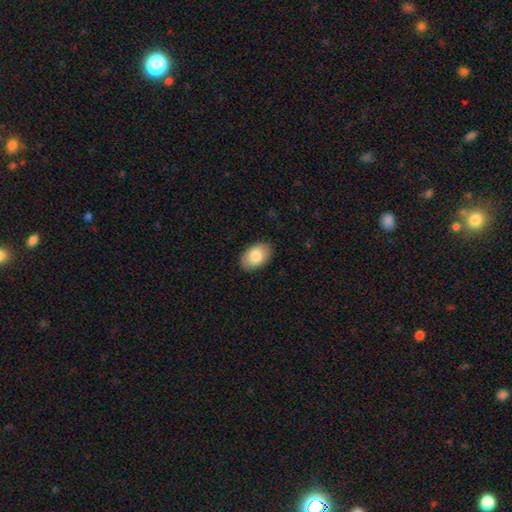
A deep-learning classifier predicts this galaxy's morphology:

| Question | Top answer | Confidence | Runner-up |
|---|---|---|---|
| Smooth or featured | smooth | 84% | featured or disk (10%) |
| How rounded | in between | 91% | round (8%) |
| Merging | none | 88% | minor disturbance (9%) |